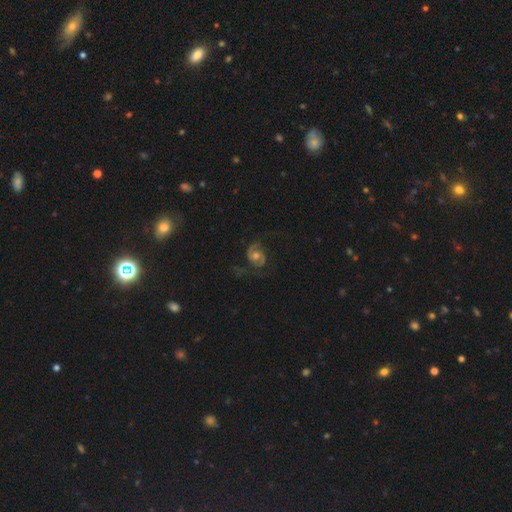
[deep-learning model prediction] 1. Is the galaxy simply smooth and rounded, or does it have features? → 82% featured or disk, 10% smooth, 8% star or artifact.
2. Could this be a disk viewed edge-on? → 98% no, 2% yes.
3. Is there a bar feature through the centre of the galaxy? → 59% no, 33% weak, 8% strong.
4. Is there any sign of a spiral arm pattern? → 95% yes, 5% no.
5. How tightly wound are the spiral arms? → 53% medium, 23% loose, 23% tight.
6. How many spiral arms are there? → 90% 2, 4% can't tell, 3% 1, 1% 3, 1% 4, 1% more than 4.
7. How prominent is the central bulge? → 64% moderate, 23% small, 8% large, 3% none, 1% dominant.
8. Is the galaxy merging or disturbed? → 71% none, 15% minor disturbance, 12% major disturbance, 2% merger.